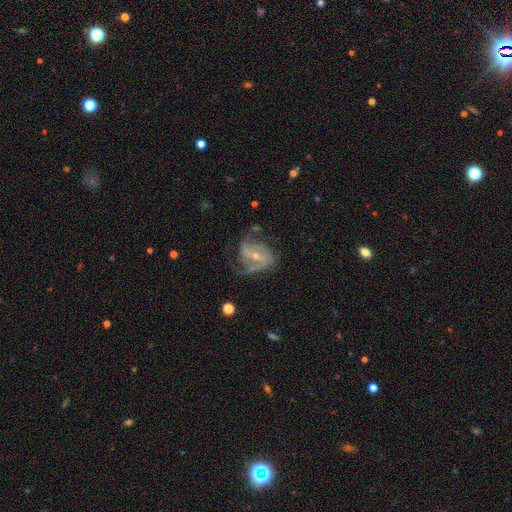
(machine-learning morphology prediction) smooth_or_featured: featured or disk (p=0.86) [alt: smooth p=0.08]
disk_edge_on: no (p=0.97) [alt: yes p=0.03]
bar: weak (p=0.44) [alt: no p=0.34]
has_spiral_arms: yes (p=0.95) [alt: no p=0.05]
spiral_winding: medium (p=0.49) [alt: tight p=0.26]
spiral_arm_count: 2 (p=0.52) [alt: 3 p=0.22]
bulge_size: small (p=0.59) [alt: moderate p=0.38]
merging: none (p=0.56) [alt: minor disturbance p=0.24]